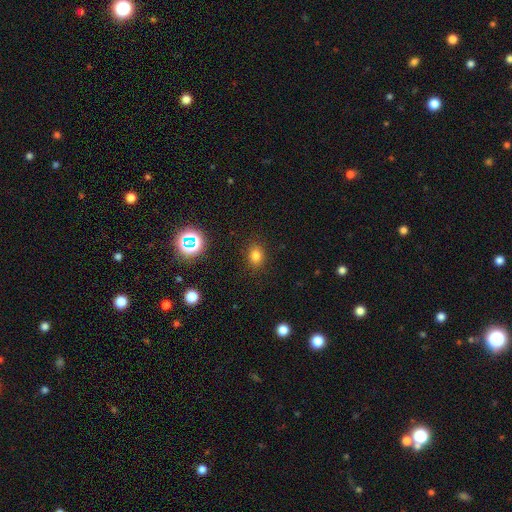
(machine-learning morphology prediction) Smooth or featured? Predicted: smooth (p=0.77). How rounded? Predicted: in between (p=0.50). Merging? Predicted: none (p=0.87).